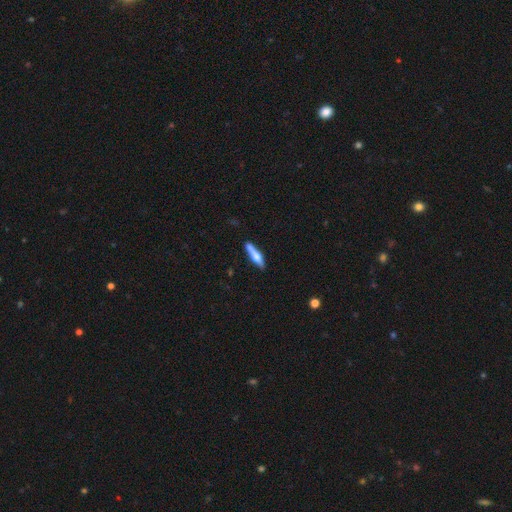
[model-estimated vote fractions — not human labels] smooth-or-featured: featured or disk: 53% | smooth: 41% | star or artifact: 6%
  disk-edge-on: yes: 94% | no: 6%
  merging: none: 72% | minor disturbance: 16% | merger: 8% | major disturbance: 4%